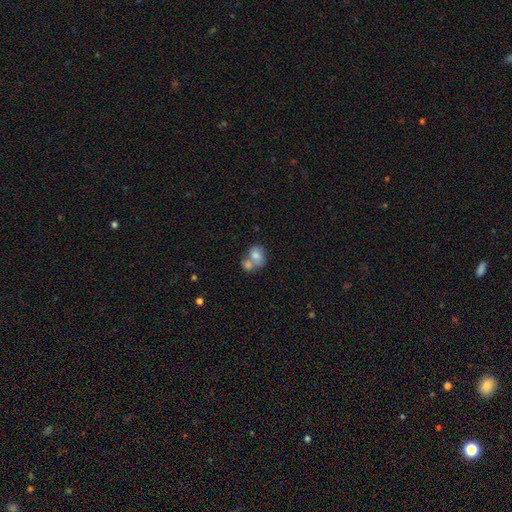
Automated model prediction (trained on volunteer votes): smooth-or-featured: smooth: 74% | featured or disk: 18% | star or artifact: 8%
  how-rounded: in between: 54% | round: 45% | cigar-shaped: 1%
  merging: merger: 61% | none: 25% | minor disturbance: 9% | major disturbance: 4%